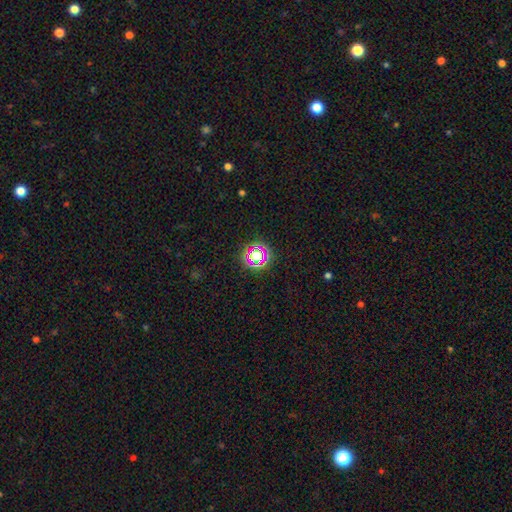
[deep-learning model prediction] A star or artifact, not a galaxy (60%).